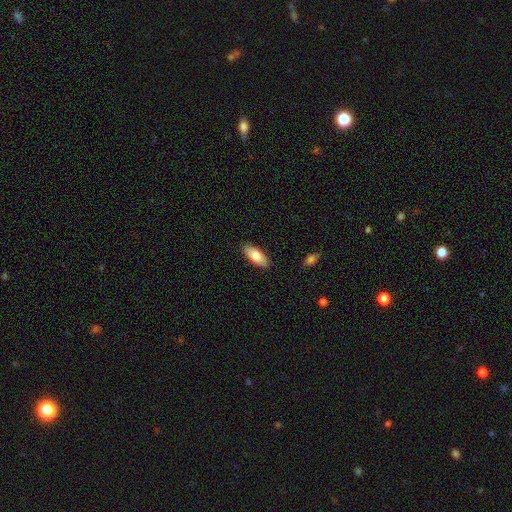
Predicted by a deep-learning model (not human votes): Smooth or featured? smooth (76%)
How rounded? in between (79%)
Merging? none (89%)